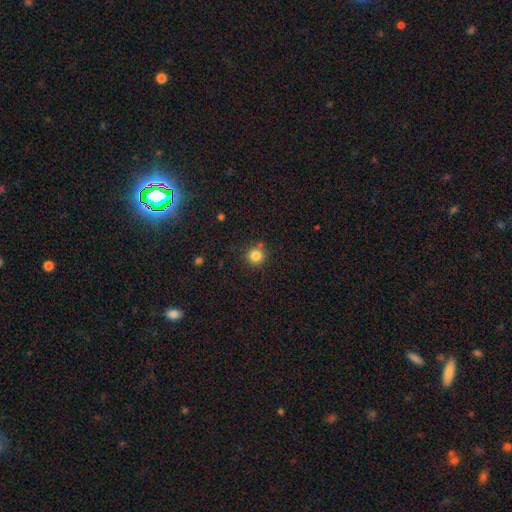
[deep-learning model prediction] Smooth or featured? smooth (83%)
How rounded? round (94%)
Merging? none (82%)